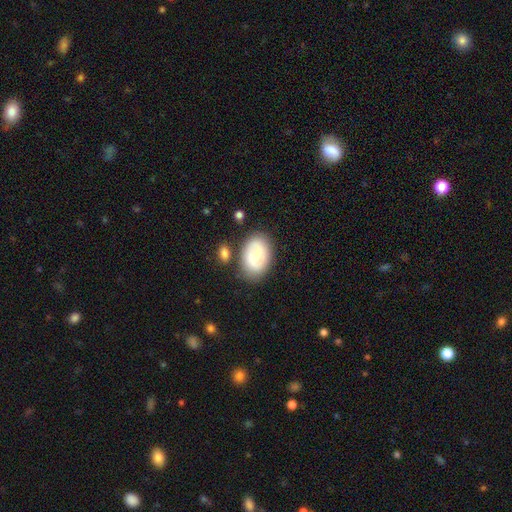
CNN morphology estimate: type=smooth (54%); roundness=in between (87%); merging=none (74%).